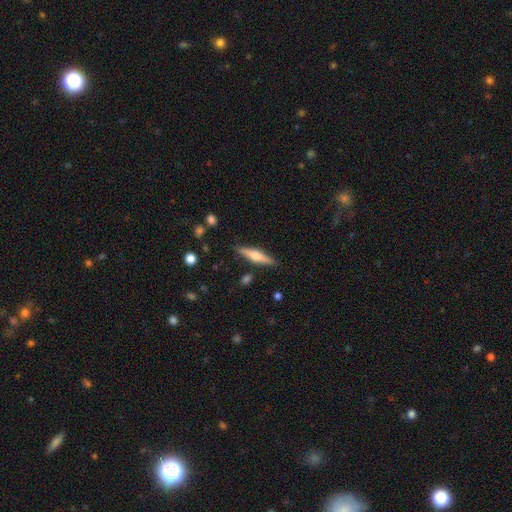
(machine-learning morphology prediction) The model was most divided on "smooth or featured": featured or disk: 51%, smooth: 43%, star or artifact: 6%. More confident: edge-on disk — yes (96%); merging — none (87%).